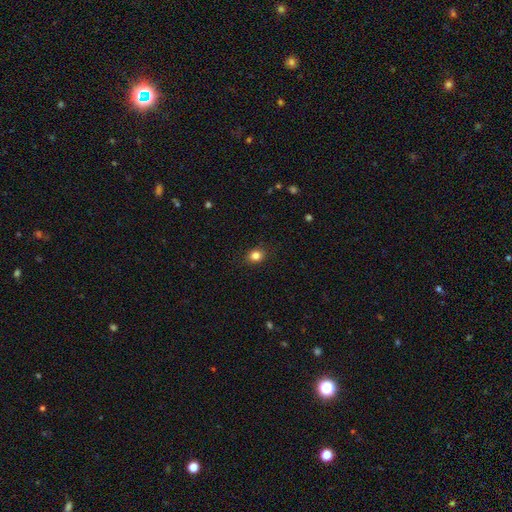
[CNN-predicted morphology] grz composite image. It shows a smooth galaxy with no disk features (83%) that is round (62%). Merging: none (88%).